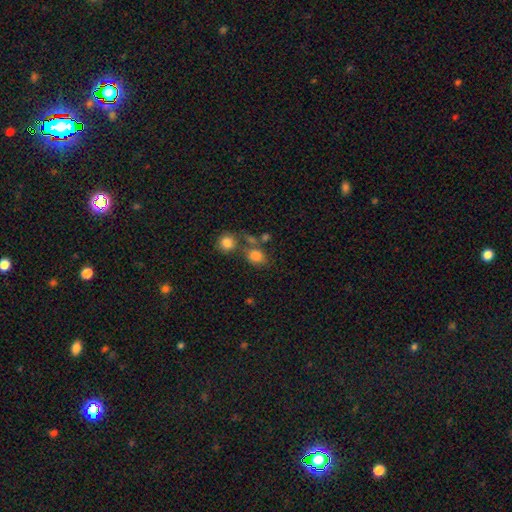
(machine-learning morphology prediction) Q: Smooth or featured?
A: smooth (80%); runner-up: star or artifact (11%)
Q: How rounded?
A: round (58%); runner-up: in between (41%)
Q: Merging?
A: none (53%); runner-up: merger (27%)